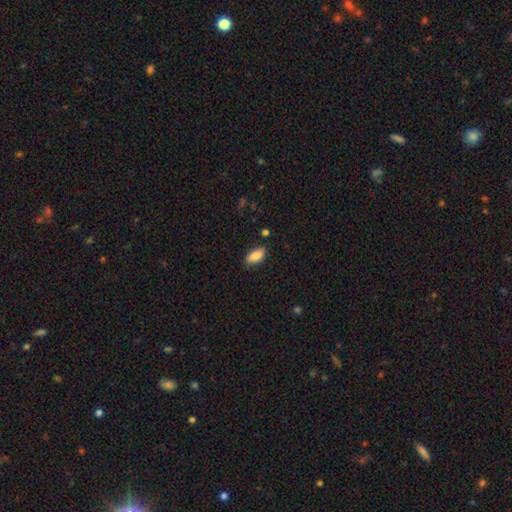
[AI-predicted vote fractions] This appears to be a smooth galaxy with no disk features (86%) that is in between round and cigar-shaped (87%). Merging: none (80%).